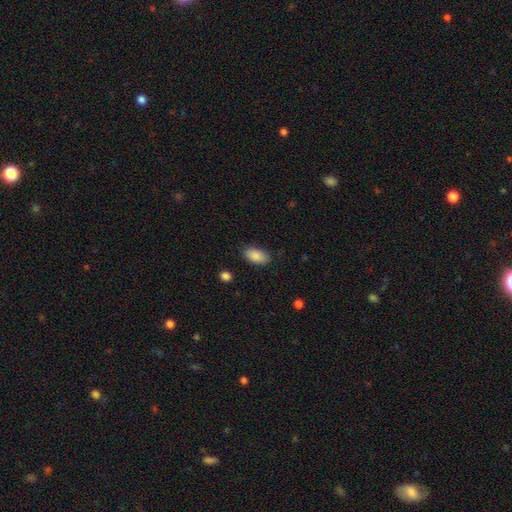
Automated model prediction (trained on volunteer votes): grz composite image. It shows a smooth galaxy with no disk features (88%) that is in between round and cigar-shaped (93%). Merging: none (82%).